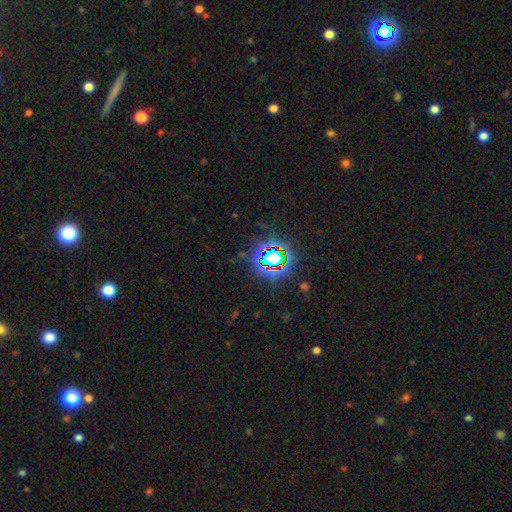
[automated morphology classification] This appears to be a star or artifact, not a galaxy (76%).